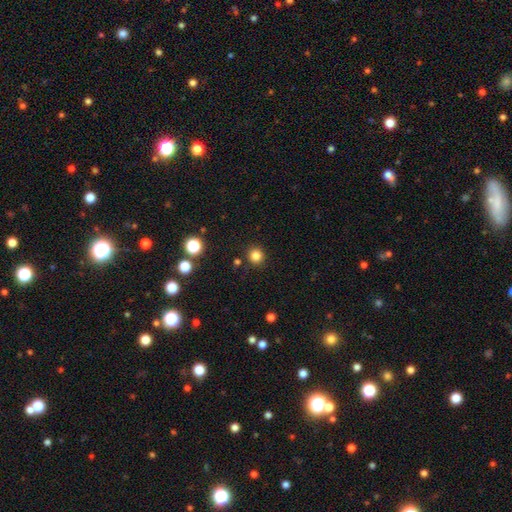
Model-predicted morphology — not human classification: Smooth or featured? Predicted: smooth (p=0.83). How rounded? Predicted: round (p=0.94). Merging? Predicted: none (p=0.90).